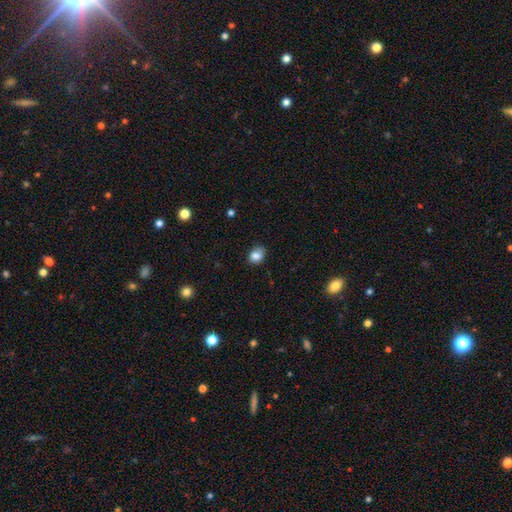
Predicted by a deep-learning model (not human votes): This is clearly a smooth galaxy (84%). How rounded: possibly in between (55%). Merging: likely none (74%).